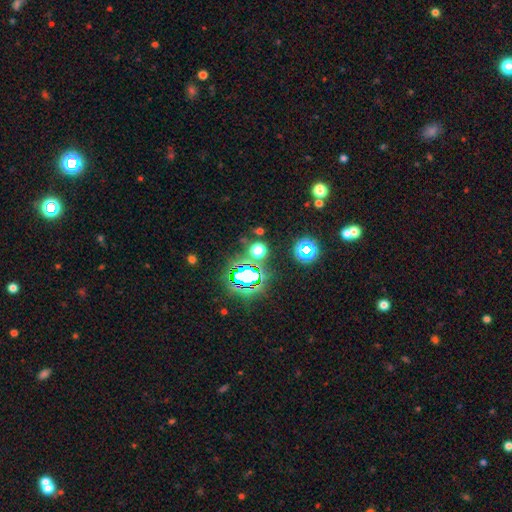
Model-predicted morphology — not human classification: type=star or artifact (77%).